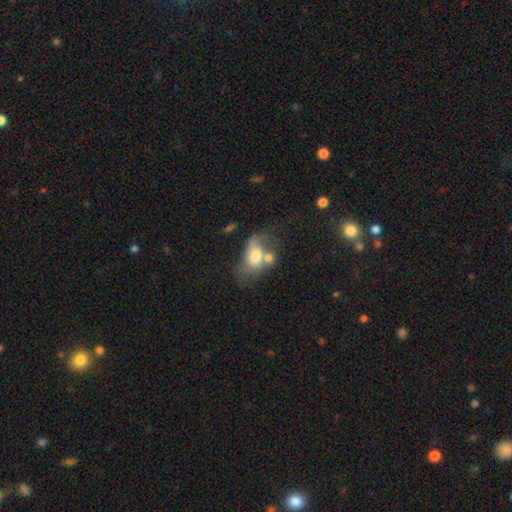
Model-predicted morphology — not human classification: smooth_or_featured: smooth (p=0.55) [alt: featured or disk p=0.36]
how_rounded: in between (p=0.80) [alt: round p=0.18]
merging: merger (p=0.49) [alt: major disturbance p=0.19]